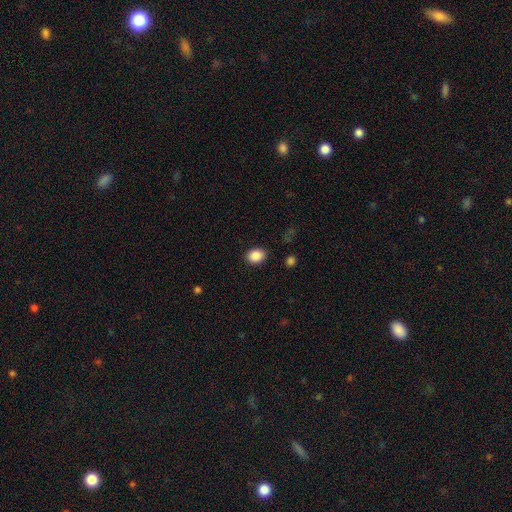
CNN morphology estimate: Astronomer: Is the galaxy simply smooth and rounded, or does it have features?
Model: smooth — 88%.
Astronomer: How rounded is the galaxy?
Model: in between — 62% (runner-up: round, 37%).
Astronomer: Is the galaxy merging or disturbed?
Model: none — 88%.